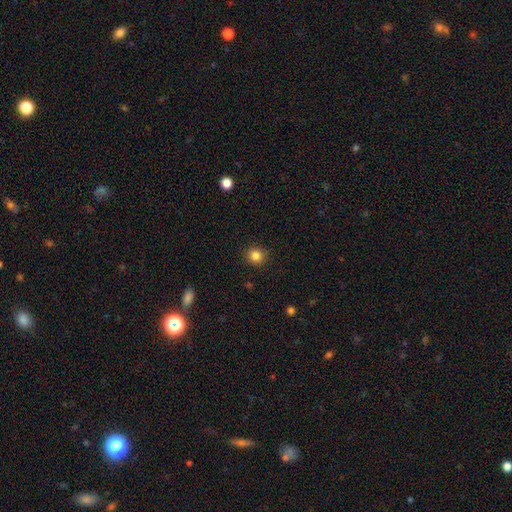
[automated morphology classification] Smooth or featured?
  - smooth: 84% *
  - star or artifact: 11%
  - featured or disk: 4%
How rounded?
  - round: 89% *
  - in between: 10%
  - cigar-shaped: 1%
Merging?
  - none: 91% *
  - minor disturbance: 6%
  - major disturbance: 2%
  - merger: 1%